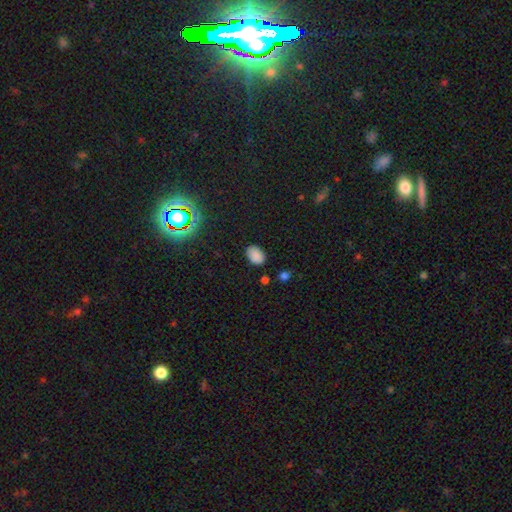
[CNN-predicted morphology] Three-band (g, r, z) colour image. It shows a smooth galaxy with no disk features (84%) that is in between round and cigar-shaped (85%). Merging: none (81%).